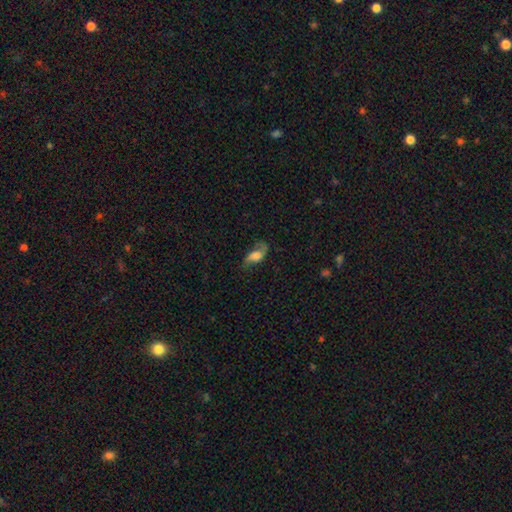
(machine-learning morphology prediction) This is possibly a featured or disk galaxy (49%). Merging: possibly none (50%).